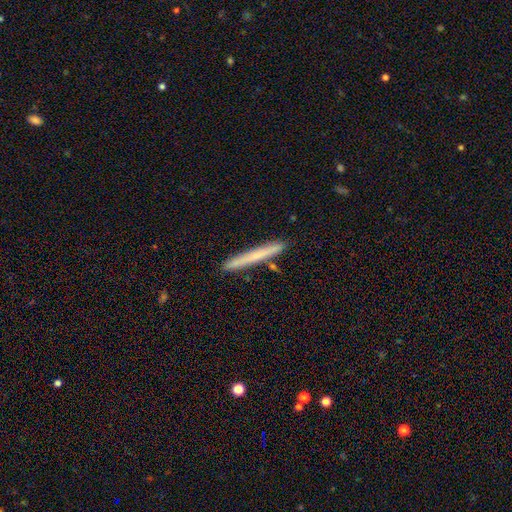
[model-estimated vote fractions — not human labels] Overall: smooth (63%; featured or disk 31%). How rounded: cigar-shaped (97%). Merging: none (90%).